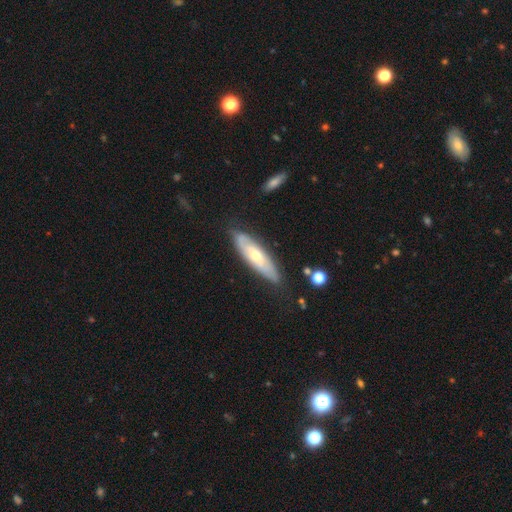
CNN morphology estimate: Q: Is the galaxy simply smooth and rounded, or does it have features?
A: featured or disk — 55%.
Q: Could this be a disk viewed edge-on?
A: no — 62%.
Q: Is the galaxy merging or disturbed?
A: none — 79%.